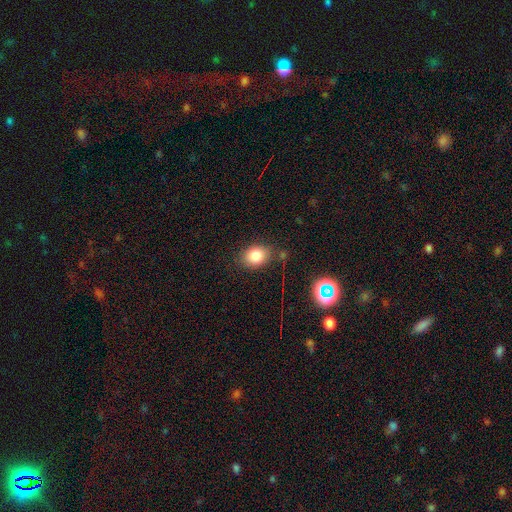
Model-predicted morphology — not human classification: This is clearly a smooth galaxy (82%). How rounded: likely in between (60%). Merging: likely none (77%).